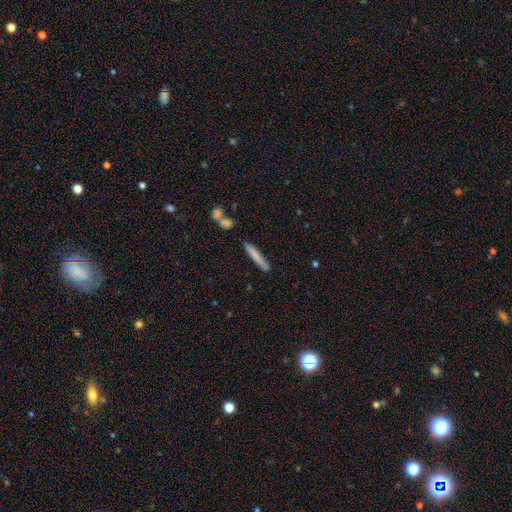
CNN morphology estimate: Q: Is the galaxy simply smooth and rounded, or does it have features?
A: smooth — 73%.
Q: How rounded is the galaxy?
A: cigar-shaped — 95%.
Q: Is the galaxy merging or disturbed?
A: none — 84%.